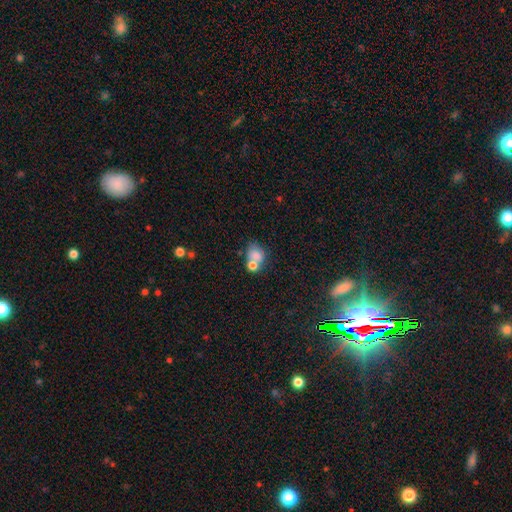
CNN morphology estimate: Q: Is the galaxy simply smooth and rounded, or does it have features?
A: smooth — 74%.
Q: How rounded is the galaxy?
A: in between — 54%.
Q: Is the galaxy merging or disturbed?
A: merger — 42%.